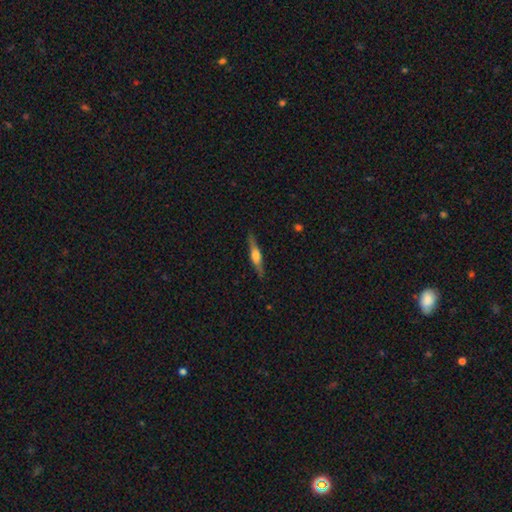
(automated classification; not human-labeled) Smooth or featured: featured or disk — 61% (smooth — 33%)
Edge-on disk: yes — 96% (no — 4%)
Edge-on bulge: rounded — 84% (boxy — 12%)
Merging: none — 88% (minor disturbance — 9%)